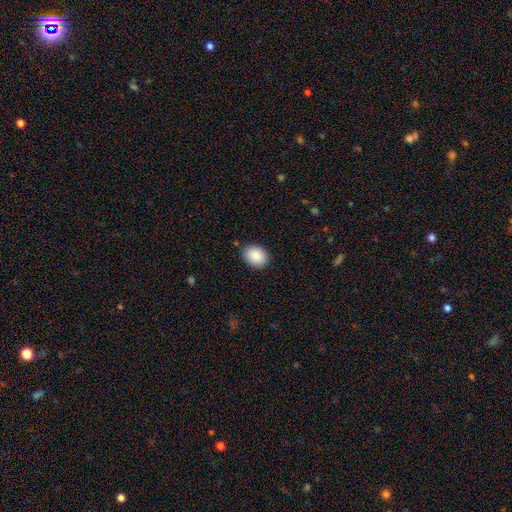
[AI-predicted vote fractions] A smooth galaxy with no disk features (88%) that is in between round and cigar-shaped (64%).

Vote fractions:
- Smooth or featured? smooth: 88% / star or artifact: 7% / featured or disk: 5%
- How rounded? in between: 64% / round: 35% / cigar-shaped: 1%
- Merging? none: 87% / minor disturbance: 10% / major disturbance: 2% / merger: 1%